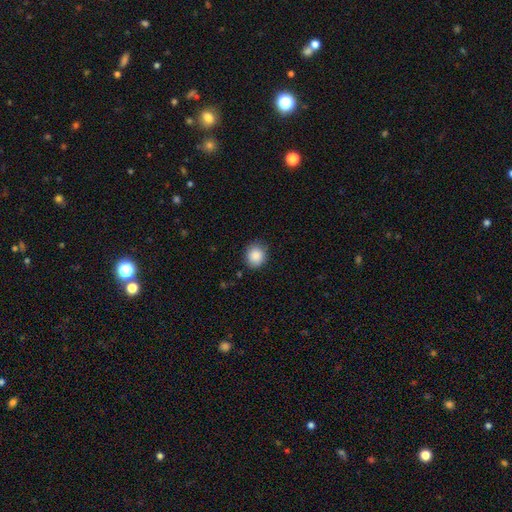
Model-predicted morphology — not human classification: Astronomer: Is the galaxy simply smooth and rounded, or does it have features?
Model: smooth — 87%.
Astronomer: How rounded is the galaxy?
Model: round — 73%.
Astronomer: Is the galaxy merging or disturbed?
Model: none — 82%.